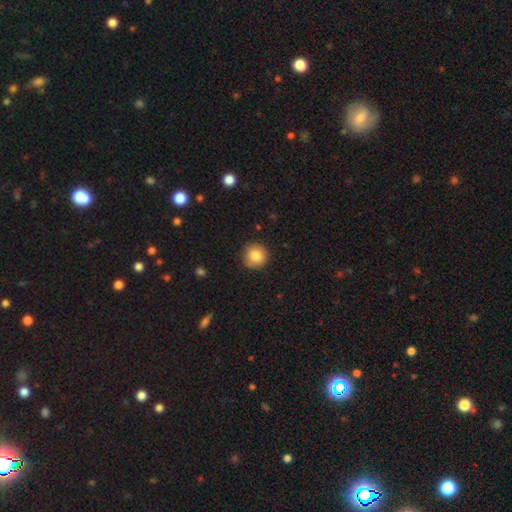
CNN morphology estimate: smooth-or-featured: smooth: 84% | star or artifact: 9% | featured or disk: 7%
  how-rounded: round: 93% | in between: 6% | cigar-shaped: 1%
  merging: none: 88% | minor disturbance: 9% | major disturbance: 2% | merger: 1%